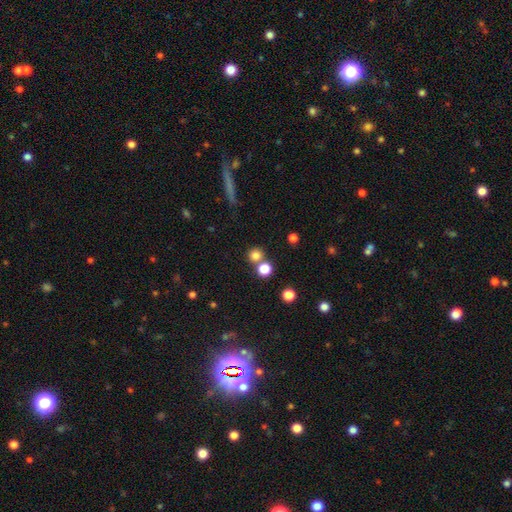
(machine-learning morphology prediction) Overall: smooth (78%). How rounded: round (92%). Merging: none (66%).